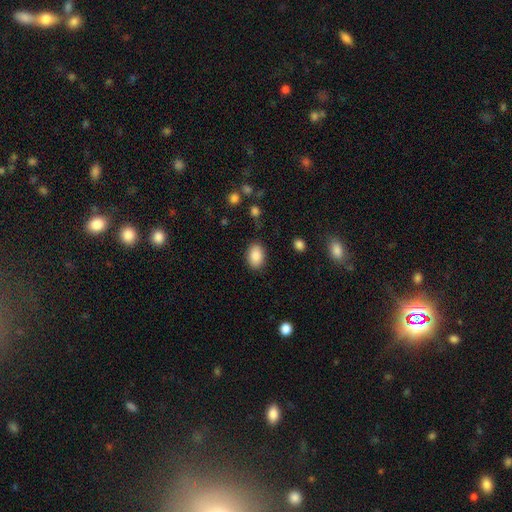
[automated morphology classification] Smooth or featured: smooth — 87% (star or artifact — 8%)
How rounded: in between — 85% (round — 14%)
Merging: none — 85% (minor disturbance — 11%)